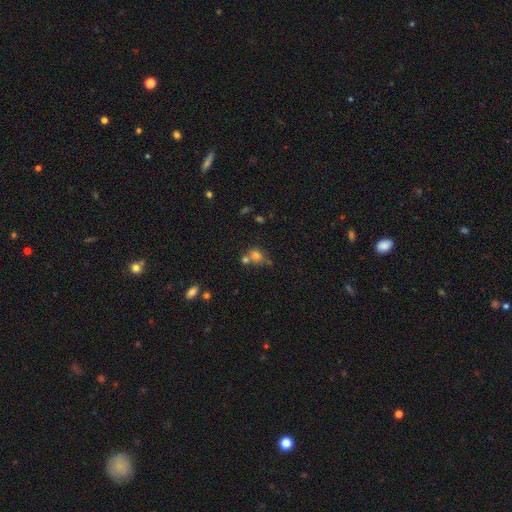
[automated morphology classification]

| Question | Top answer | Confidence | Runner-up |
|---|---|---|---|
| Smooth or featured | smooth | 72% | star or artifact (17%) |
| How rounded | round | 63% | in between (35%) |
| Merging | none | 46% | merger (36%) |